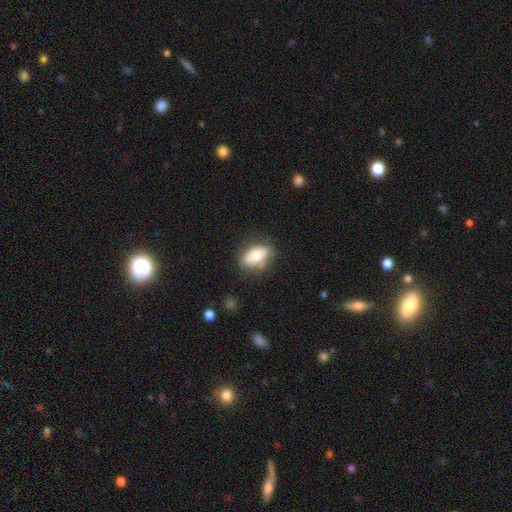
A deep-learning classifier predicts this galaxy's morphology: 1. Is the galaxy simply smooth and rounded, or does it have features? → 68% smooth, 25% featured or disk, 8% star or artifact.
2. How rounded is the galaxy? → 86% in between, 11% round, 2% cigar-shaped.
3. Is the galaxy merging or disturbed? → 72% none, 20% minor disturbance, 6% major disturbance, 2% merger.